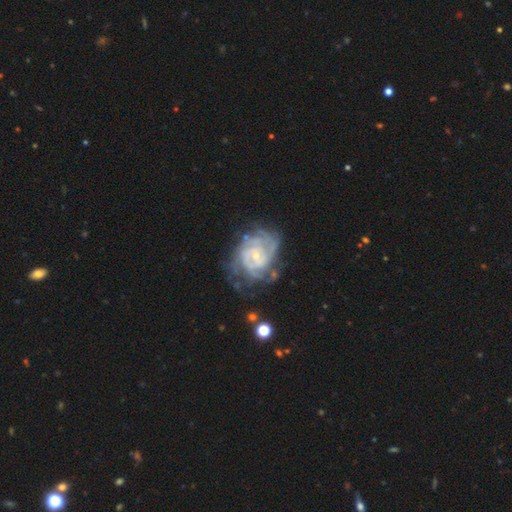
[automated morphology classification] This is clearly a featured or disk galaxy (87%). It is clearly not viewed edge-on (98%). Bar: possibly no (59%). Spiral arm pattern: clearly yes (95%). Spiral arm count: marginally can't tell (34%). Spiral winding: likely tight (65%). Central bulge: likely small (73%). Merging: possibly none (57%).